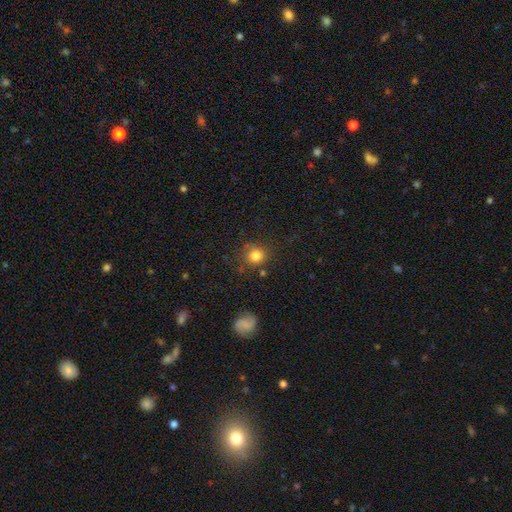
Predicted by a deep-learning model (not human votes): smooth 82%, star or artifact 12%, featured or disk 6%. Down the decision tree: how rounded — round (89%); merging — none (79%).